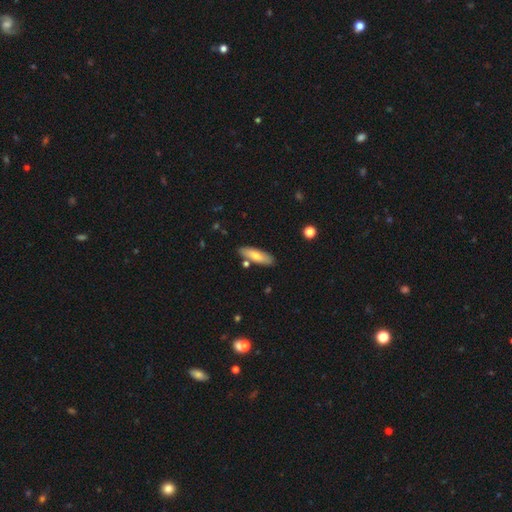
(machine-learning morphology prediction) A smooth galaxy with no disk features (70%) that is cigar-shaped (56%).

Vote fractions:
- Smooth or featured? smooth: 70% / featured or disk: 24% / star or artifact: 6%
- How rounded? cigar-shaped: 56% / in between: 42% / round: 2%
- Merging? none: 82% / minor disturbance: 11% / merger: 6% / major disturbance: 2%